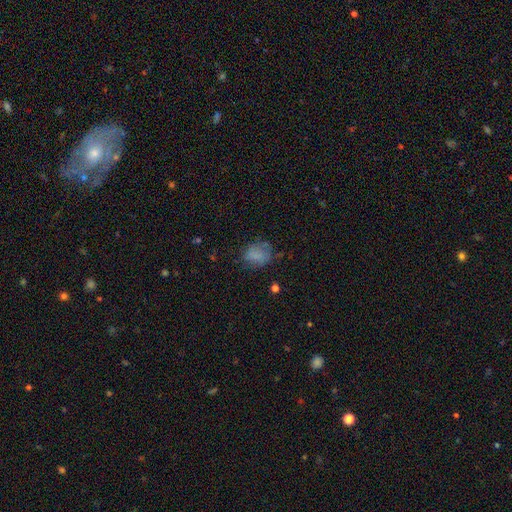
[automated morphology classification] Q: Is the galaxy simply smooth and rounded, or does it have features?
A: smooth — 73%.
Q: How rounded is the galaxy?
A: in between — 52%.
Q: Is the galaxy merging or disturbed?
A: none — 58%.